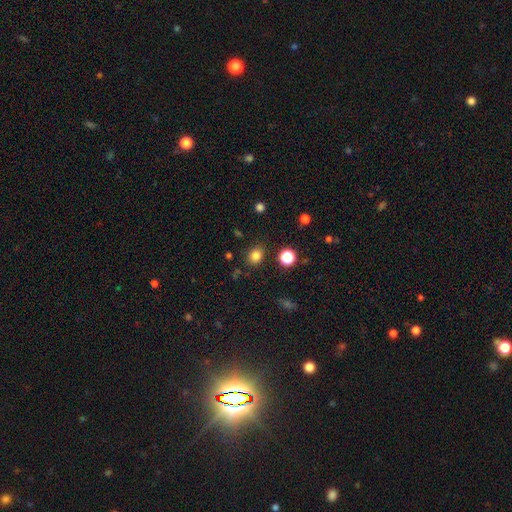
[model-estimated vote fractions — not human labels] A smooth galaxy with no disk features (81%) that is round (59%). Merging: none (84%).